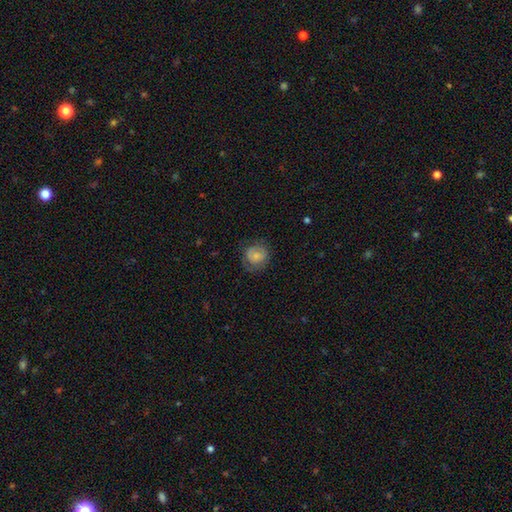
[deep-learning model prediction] A smooth galaxy with no disk features (71%) that is round (83%).

Vote fractions:
- Smooth or featured? smooth: 71% / featured or disk: 22% / star or artifact: 8%
- How rounded? round: 83% / in between: 16% / cigar-shaped: 1%
- Merging? none: 68% / minor disturbance: 21% / major disturbance: 10% / merger: 1%